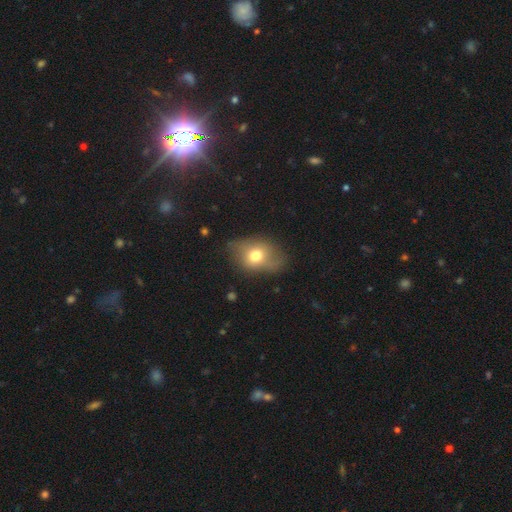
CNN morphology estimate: smooth-or-featured: smooth: 67% | featured or disk: 23% | star or artifact: 11%
  how-rounded: in between: 70% | round: 28% | cigar-shaped: 2%
  merging: none: 61% | minor disturbance: 26% | major disturbance: 10% | merger: 2%